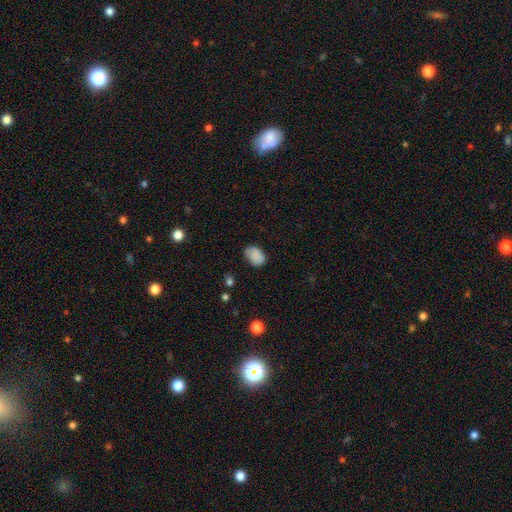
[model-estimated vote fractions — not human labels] A smooth galaxy with no disk features (86%) that is in between round and cigar-shaped (83%).

Vote fractions:
- Smooth or featured? smooth: 86% / star or artifact: 9% / featured or disk: 5%
- How rounded? in between: 83% / round: 16% / cigar-shaped: 1%
- Merging? none: 71% / minor disturbance: 23% / major disturbance: 4% / merger: 2%